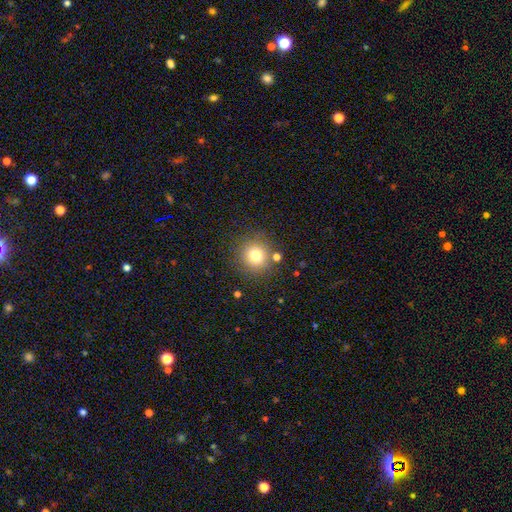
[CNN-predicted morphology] Overall: smooth (76%). How rounded: round (92%). Merging: none (83%).